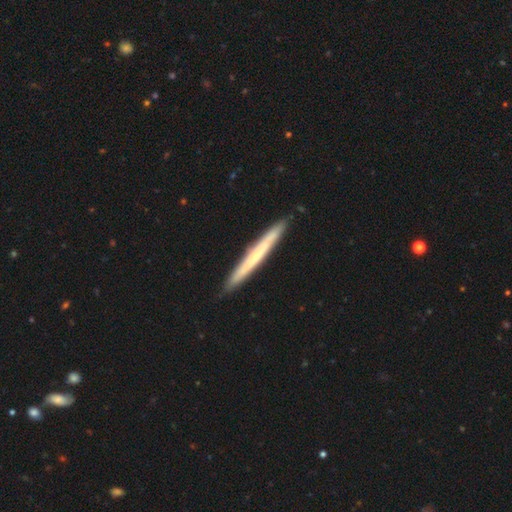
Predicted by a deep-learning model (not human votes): smooth_or_featured: featured or disk (p=0.49) [alt: smooth p=0.46]
merging: none (p=0.90) [alt: minor disturbance p=0.07]